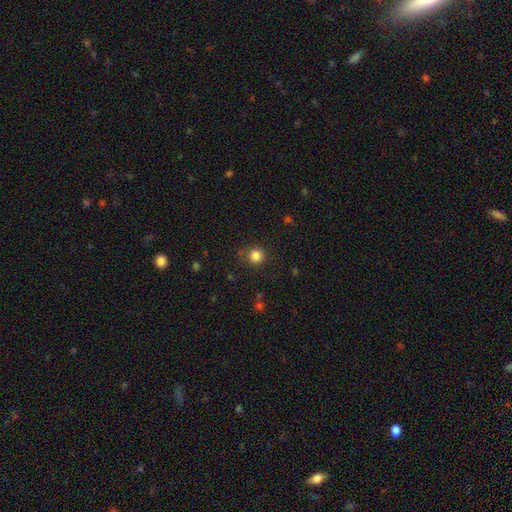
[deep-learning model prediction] Q: Smooth or featured?
A: smooth (83%); runner-up: star or artifact (12%)
Q: How rounded?
A: round (91%); runner-up: in between (8%)
Q: Merging?
A: none (82%); runner-up: minor disturbance (12%)